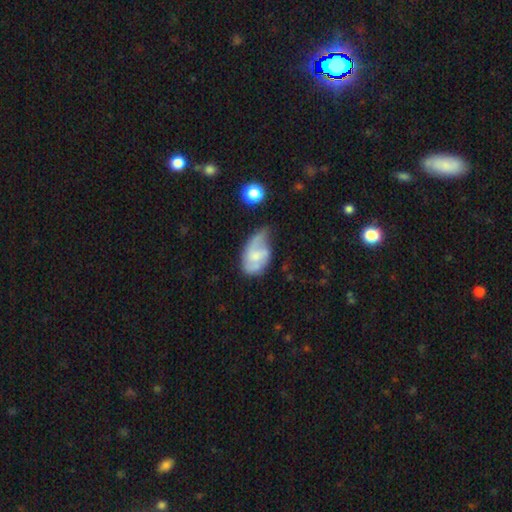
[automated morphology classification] Smooth or featured?
  - featured or disk: 50% *
  - smooth: 42%
  - star or artifact: 8%
Edge-on disk?
  - no: 96% *
  - yes: 4%
Merging?
  - minor disturbance: 38% *
  - major disturbance: 30%
  - none: 25%
  - merger: 7%